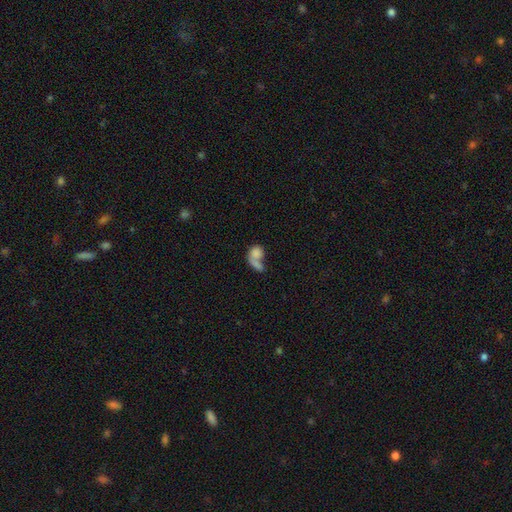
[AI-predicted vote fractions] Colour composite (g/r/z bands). It shows a smooth galaxy with no disk features (72%) that is in between round and cigar-shaped (54%). Merging: merger (56%).